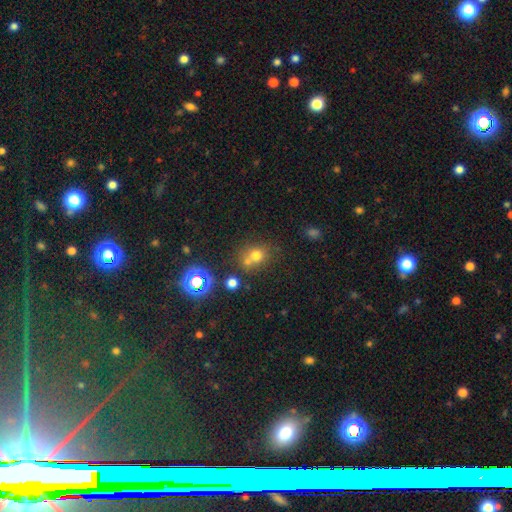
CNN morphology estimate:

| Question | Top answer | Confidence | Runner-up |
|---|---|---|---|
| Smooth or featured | smooth | 68% | star or artifact (21%) |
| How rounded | round | 75% | in between (24%) |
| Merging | none | 51% | merger (34%) |